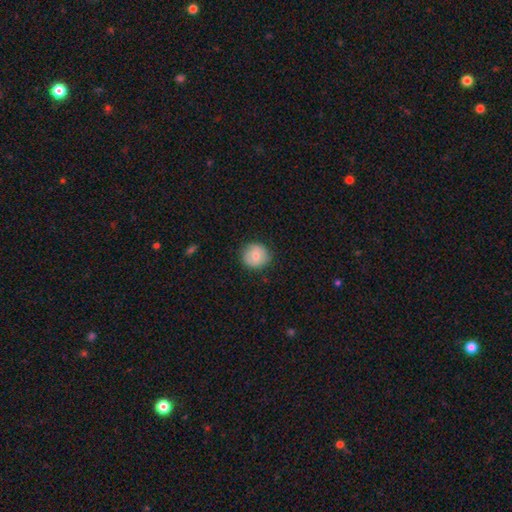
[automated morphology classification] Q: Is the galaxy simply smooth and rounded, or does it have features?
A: smooth — 76%.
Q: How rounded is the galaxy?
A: round — 90%.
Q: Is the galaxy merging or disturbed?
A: none — 82%.